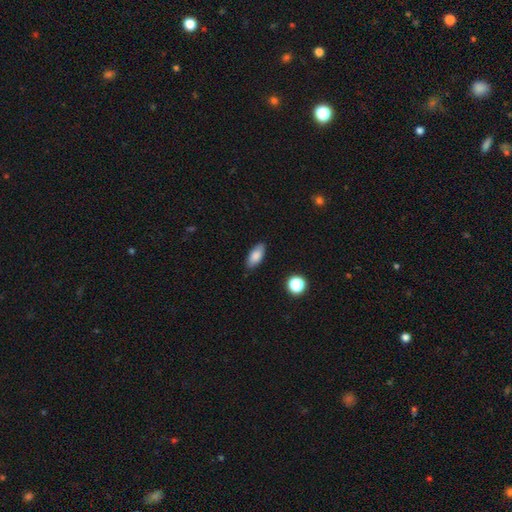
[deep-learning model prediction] Overall: smooth (83%). How rounded: in between (86%). Merging: none (86%).